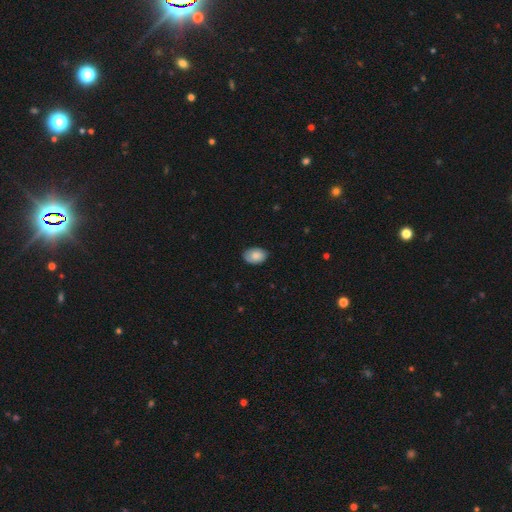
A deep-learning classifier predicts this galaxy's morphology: A smooth galaxy with no disk features (84%) that is in between round and cigar-shaped (85%).

Vote fractions:
- Smooth or featured? smooth: 84% / featured or disk: 9% / star or artifact: 7%
- How rounded? in between: 85% / round: 14% / cigar-shaped: 1%
- Merging? none: 83% / minor disturbance: 14% / major disturbance: 2% / merger: 1%